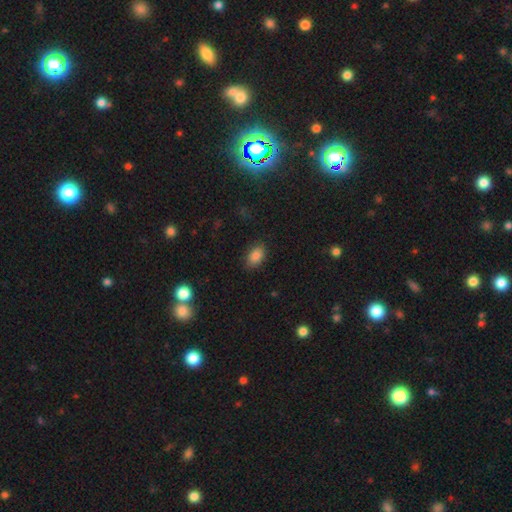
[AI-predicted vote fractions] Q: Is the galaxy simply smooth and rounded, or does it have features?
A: smooth — 84%.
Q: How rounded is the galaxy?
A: in between — 87%.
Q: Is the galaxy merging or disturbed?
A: none — 84%.